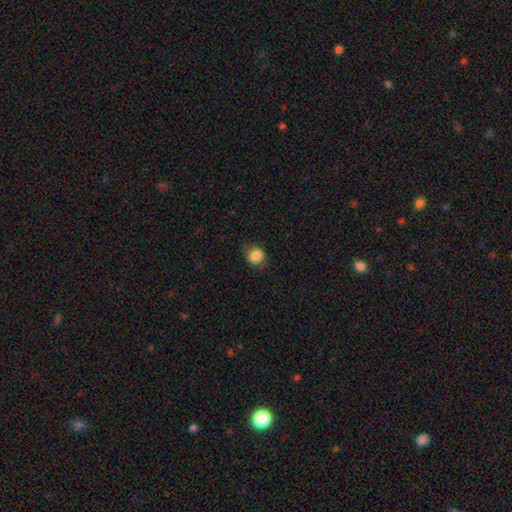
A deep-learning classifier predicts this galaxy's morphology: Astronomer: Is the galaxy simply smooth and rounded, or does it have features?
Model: smooth — 85%.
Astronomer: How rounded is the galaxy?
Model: round — 78%.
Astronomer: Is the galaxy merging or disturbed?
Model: none — 76%.